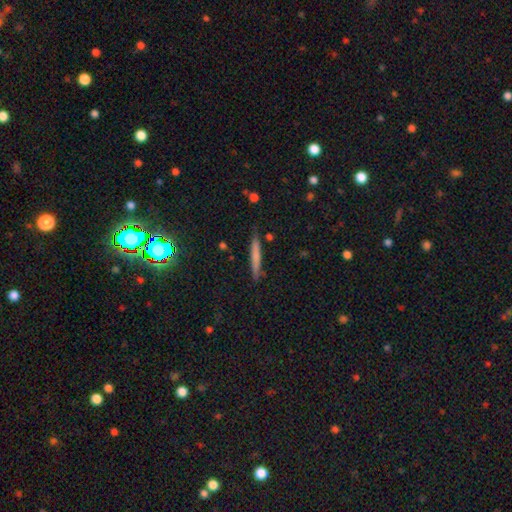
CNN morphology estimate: type=smooth (64%); roundness=cigar-shaped (94%); merging=none (86%).